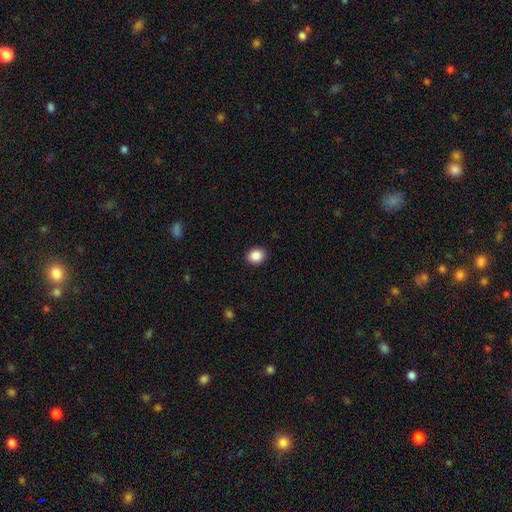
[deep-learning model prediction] smooth 89%, star or artifact 9%, featured or disk 3%. Down the decision tree: how rounded — round (66%); merging — none (91%).